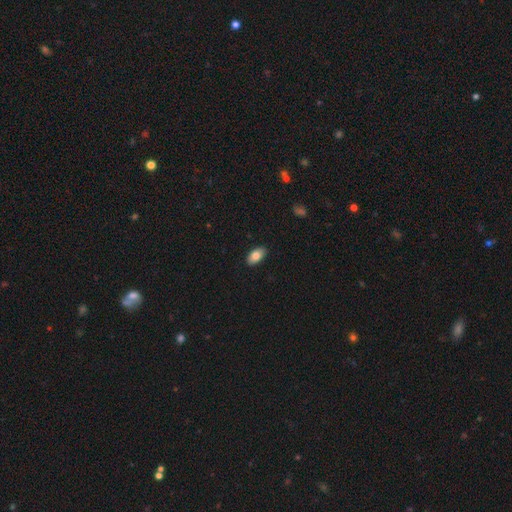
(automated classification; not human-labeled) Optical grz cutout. It shows a smooth galaxy with no disk features (80%) that is in between round and cigar-shaped (94%). Merging: none (89%).